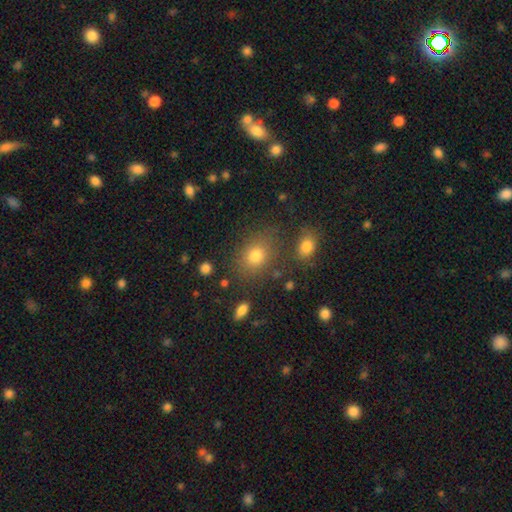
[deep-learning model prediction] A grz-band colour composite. It shows a smooth galaxy with no disk features (77%) that is round (51%). Merging: none (76%).